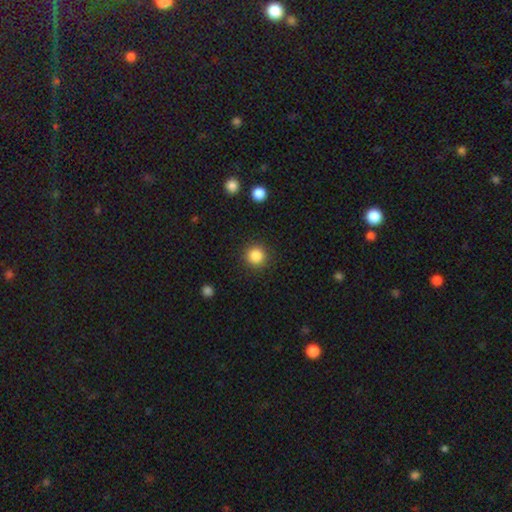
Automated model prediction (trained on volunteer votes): A smooth galaxy with no disk features (86%) that is round (94%). Merging: none (91%).